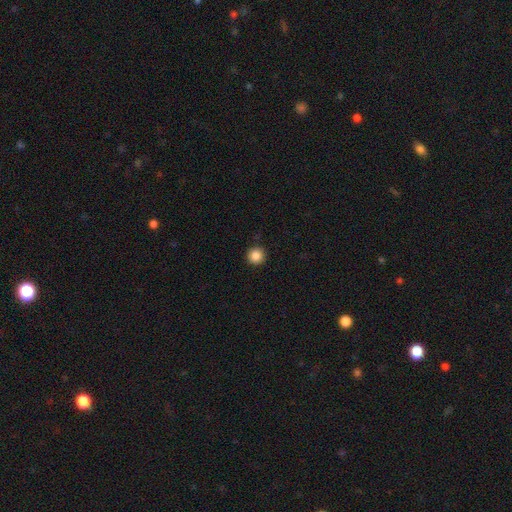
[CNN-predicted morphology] This is clearly a smooth galaxy (86%). How rounded: clearly round (96%). Merging: clearly none (92%).